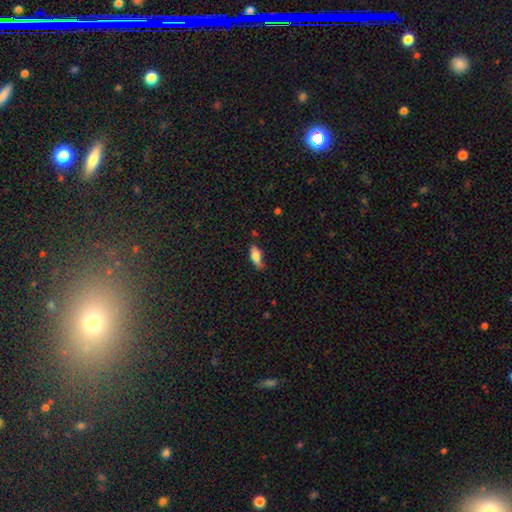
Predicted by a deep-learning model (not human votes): Smooth or featured: smooth — 76% (featured or disk — 17%)
How rounded: in between — 75% (cigar-shaped — 22%)
Merging: none — 54% (minor disturbance — 34%)